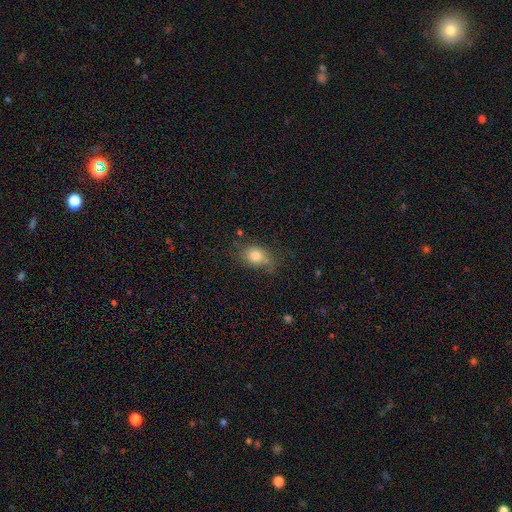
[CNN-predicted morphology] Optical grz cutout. It shows a smooth galaxy with no disk features (79%) that is in between round and cigar-shaped (66%). Merging: none (64%).